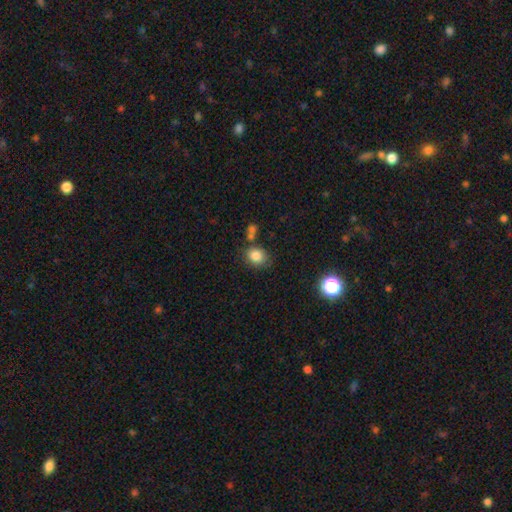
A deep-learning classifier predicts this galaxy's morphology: The model was most divided on "how rounded": round: 64%, in between: 35%, cigar-shaped: 1%. More confident: smooth or featured — smooth (83%); merging — none (71%).